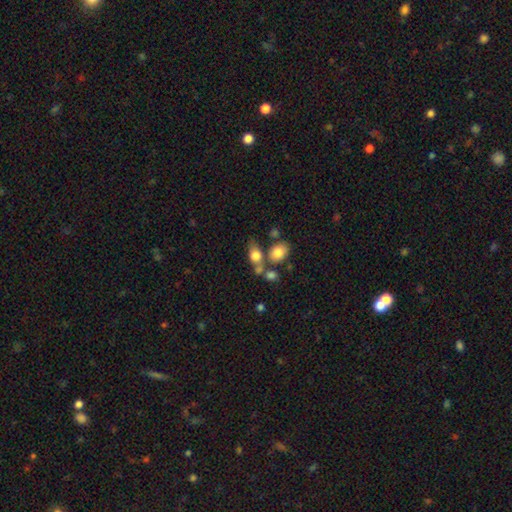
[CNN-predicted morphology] smooth_or_featured: smooth (p=0.76) [alt: featured or disk p=0.15]
how_rounded: in between (p=0.70) [alt: round p=0.26]
merging: none (p=0.42) [alt: merger p=0.36]